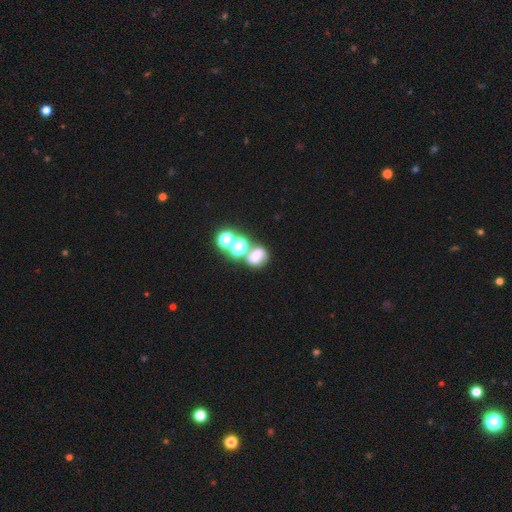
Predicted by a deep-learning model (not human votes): Smooth or featured? Predicted: smooth (p=0.48). Merging? Predicted: none (p=0.42).